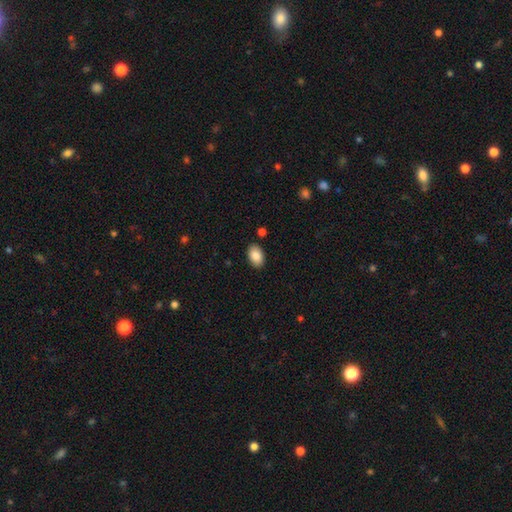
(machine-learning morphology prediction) smooth_or_featured: smooth (p=0.87) [alt: star or artifact p=0.07]
how_rounded: in between (p=0.91) [alt: round p=0.08]
merging: none (p=0.88) [alt: minor disturbance p=0.08]